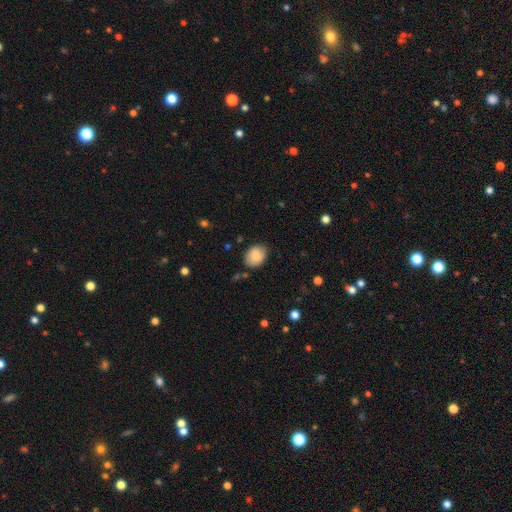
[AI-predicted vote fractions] Q: Smooth or featured?
A: smooth (82%); runner-up: featured or disk (11%)
Q: How rounded?
A: in between (58%); runner-up: round (41%)
Q: Merging?
A: none (79%); runner-up: minor disturbance (16%)